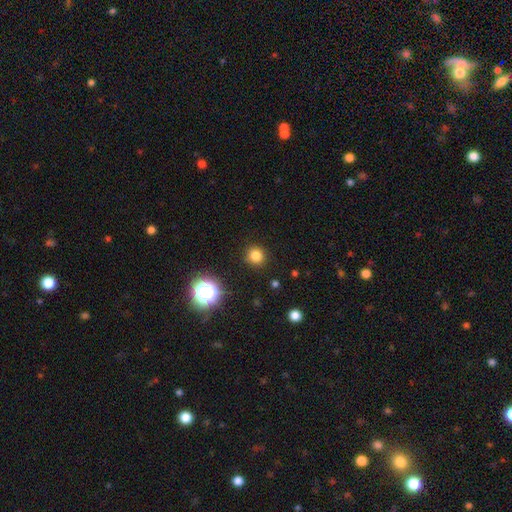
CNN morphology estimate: Smooth or featured: smooth — 80% (star or artifact — 15%)
How rounded: round — 92% (in between — 7%)
Merging: none — 90% (minor disturbance — 7%)